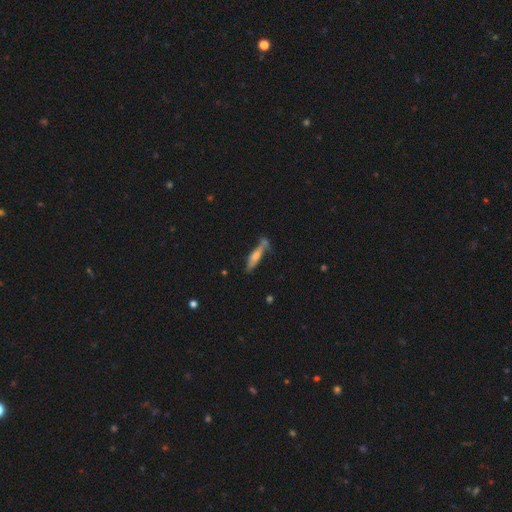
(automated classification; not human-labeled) smooth_or_featured: smooth (p=0.47) [alt: featured or disk p=0.45]
merging: none (p=0.55) [alt: minor disturbance p=0.20]